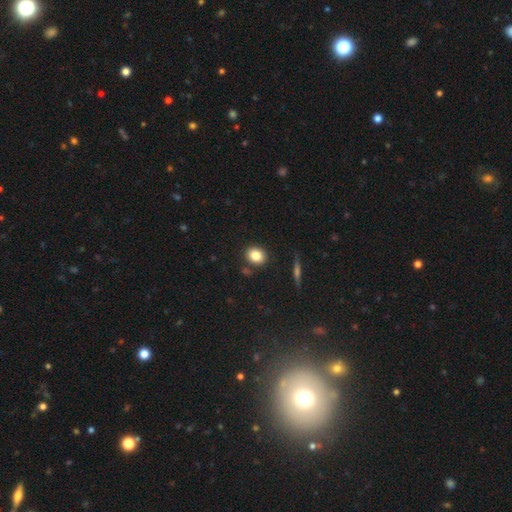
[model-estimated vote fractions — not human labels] The model was most divided on "how rounded": round: 60%, in between: 38%, cigar-shaped: 2%. More confident: merging — none (85%); smooth or featured — smooth (83%).